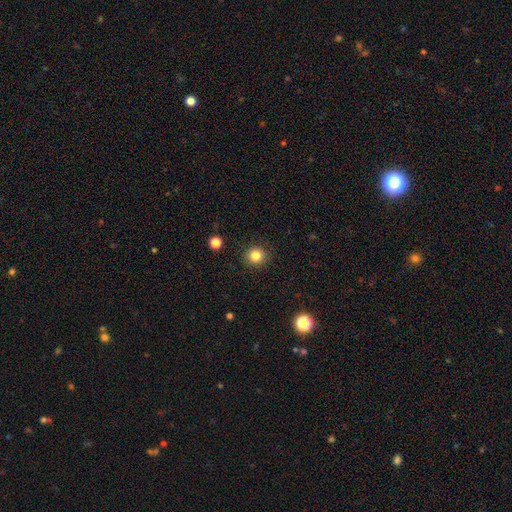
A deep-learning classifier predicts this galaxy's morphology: A smooth galaxy with no disk features (83%) that is round (92%).

Vote fractions:
- Smooth or featured? smooth: 83% / star or artifact: 12% / featured or disk: 5%
- How rounded? round: 92% / in between: 7% / cigar-shaped: 1%
- Merging? none: 91% / minor disturbance: 6% / major disturbance: 2% / merger: 1%